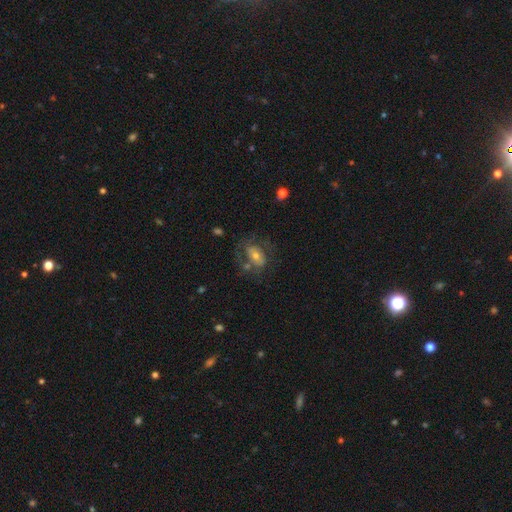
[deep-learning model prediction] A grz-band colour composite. It shows a featured or disk galaxy (51%). Merging: none (51%).